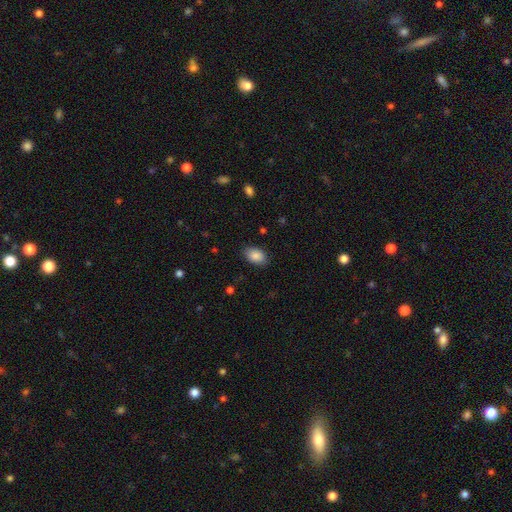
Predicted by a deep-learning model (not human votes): A smooth galaxy with no disk features (88%) that is in between round and cigar-shaped (89%).

Vote fractions:
- Smooth or featured? smooth: 88% / star or artifact: 7% / featured or disk: 5%
- How rounded? in between: 89% / round: 10% / cigar-shaped: 1%
- Merging? none: 86% / minor disturbance: 11% / major disturbance: 3% / merger: 1%